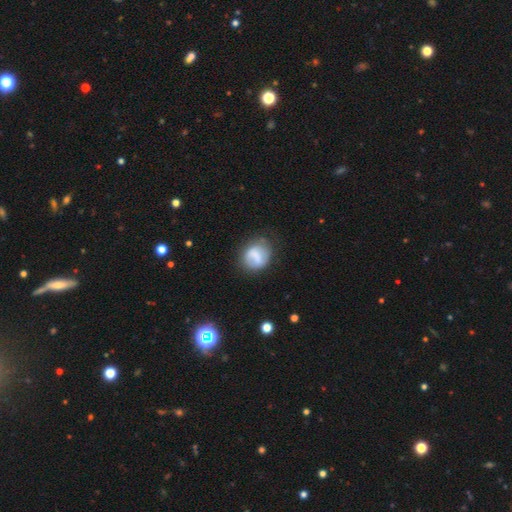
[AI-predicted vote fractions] A smooth galaxy with no disk features (62%) that is round (64%). Merging: none (60%).